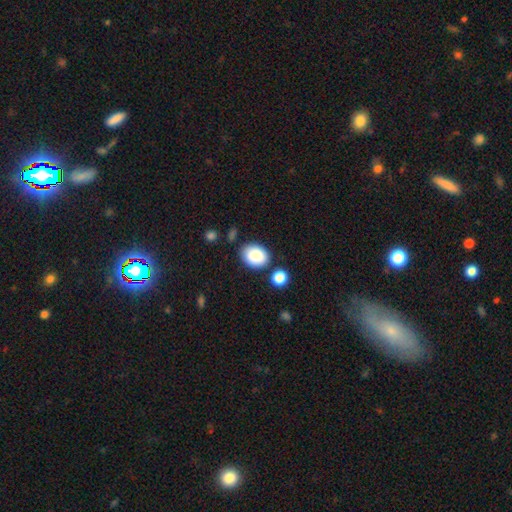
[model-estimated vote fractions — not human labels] A smooth galaxy with no disk features (87%) that is in between round and cigar-shaped (70%). Merging: none (76%).